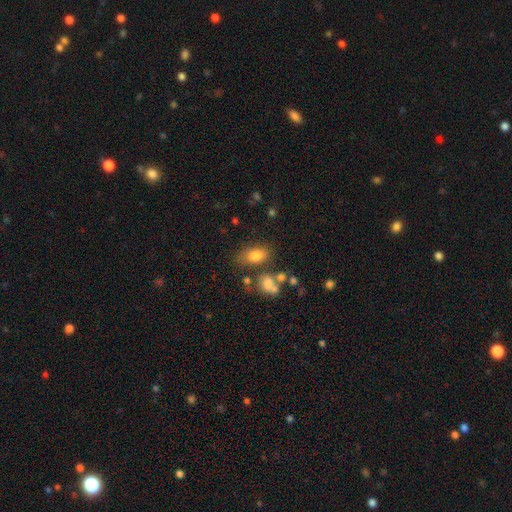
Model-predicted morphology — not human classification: smooth-or-featured: smooth: 78% | featured or disk: 11% | star or artifact: 11%
  how-rounded: in between: 86% | round: 11% | cigar-shaped: 3%
  merging: none: 63% | minor disturbance: 16% | merger: 13% | major disturbance: 7%